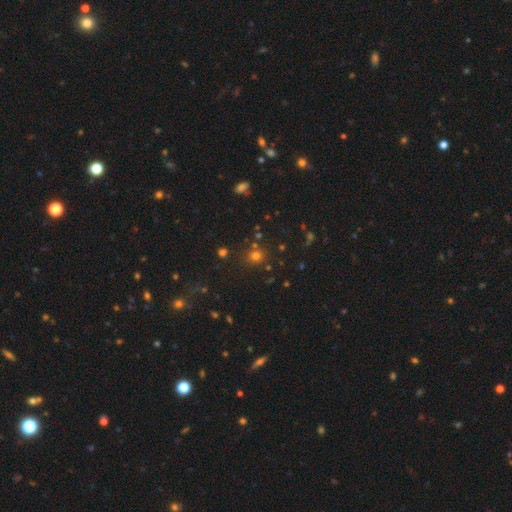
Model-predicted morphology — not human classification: This appears to be a smooth galaxy with no disk features (69%) that is round (83%). Merging: none (82%).